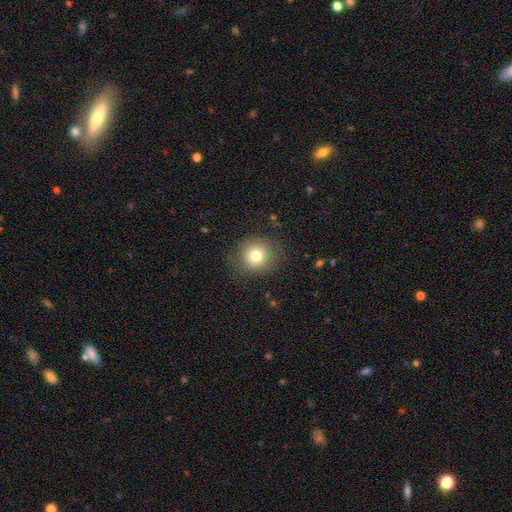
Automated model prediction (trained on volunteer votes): A smooth galaxy with no disk features (77%) that is round (88%).

Vote fractions:
- Smooth or featured? smooth: 77% / star or artifact: 12% / featured or disk: 11%
- How rounded? round: 88% / in between: 11% / cigar-shaped: 1%
- Merging? none: 84% / minor disturbance: 11% / major disturbance: 5% / merger: 1%